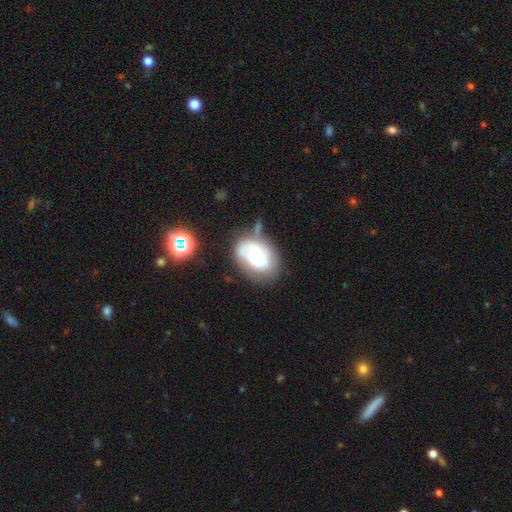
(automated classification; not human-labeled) Morphology: type=featured or disk (75%); edge-on=no (97%); bar=no (55%); spiral arms=yes (91%); winding=medium (46%); arm count=2 (70%); bulge=moderate (47%); merging=none (53%).